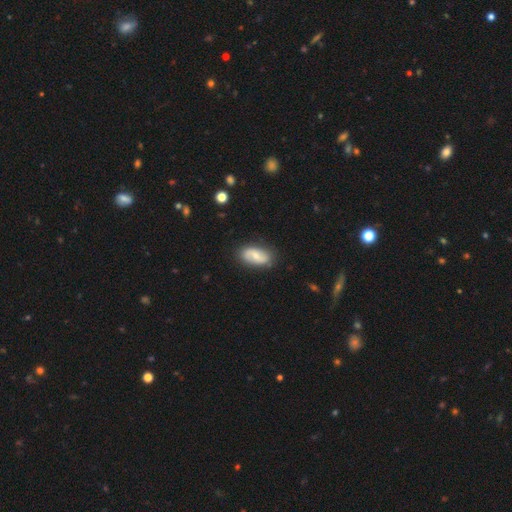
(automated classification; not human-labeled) Smooth or featured: featured or disk — 52% (smooth — 42%)
Edge-on disk: no — 94% (yes — 6%)
Merging: none — 81% (minor disturbance — 14%)